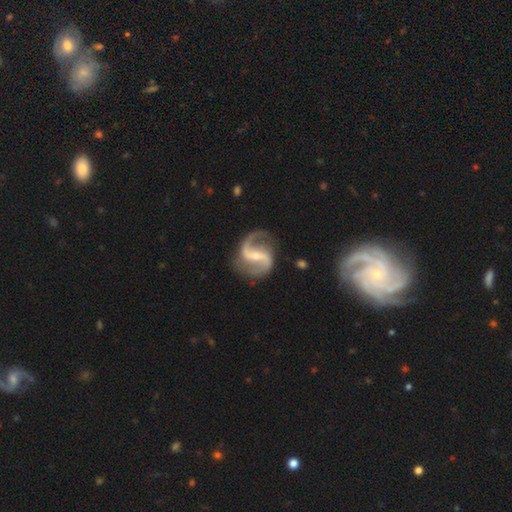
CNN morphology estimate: A featured or disk galaxy (92%) with a strong bar (42%), 2 (93%) medium (47%) spiral arms (98%) and a small central bulge (64%). Merging: none (80%).